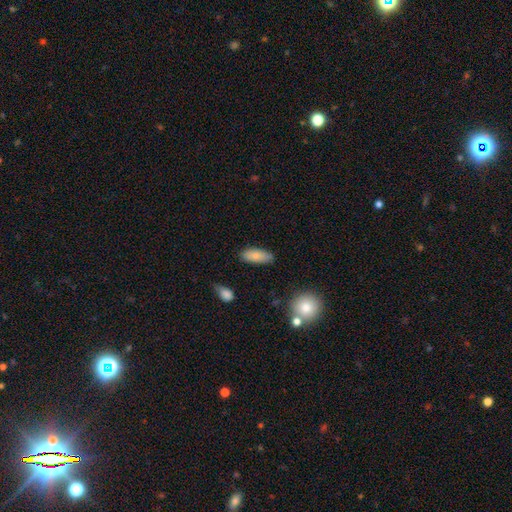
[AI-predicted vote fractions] Smooth or featured? Predicted: smooth (p=0.84). How rounded? Predicted: in between (p=0.81). Merging? Predicted: none (p=0.81).